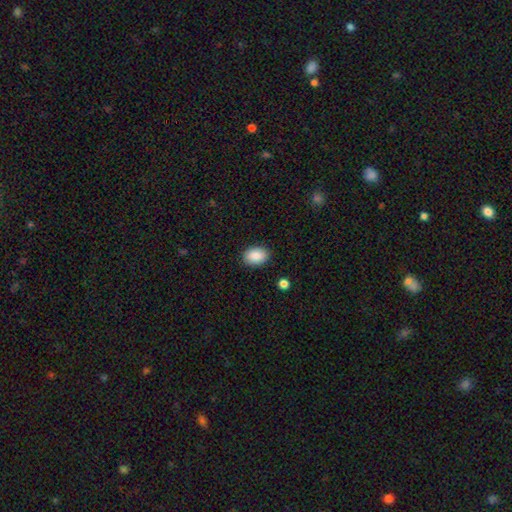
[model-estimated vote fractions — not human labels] smooth_or_featured: smooth (p=0.88) [alt: star or artifact p=0.07]
how_rounded: in between (p=0.78) [alt: round p=0.21]
merging: none (p=0.89) [alt: minor disturbance p=0.08]